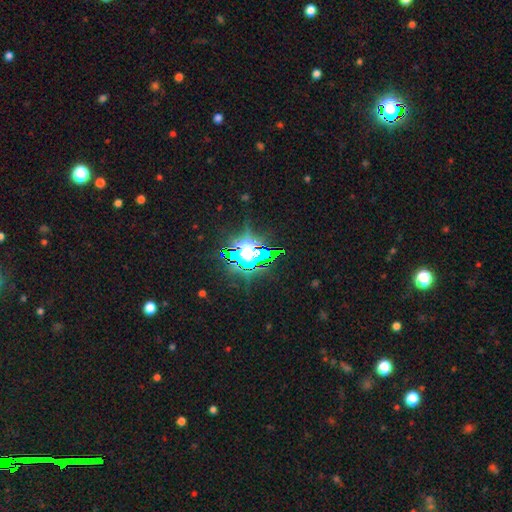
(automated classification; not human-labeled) Smooth or featured? star or artifact (73%)